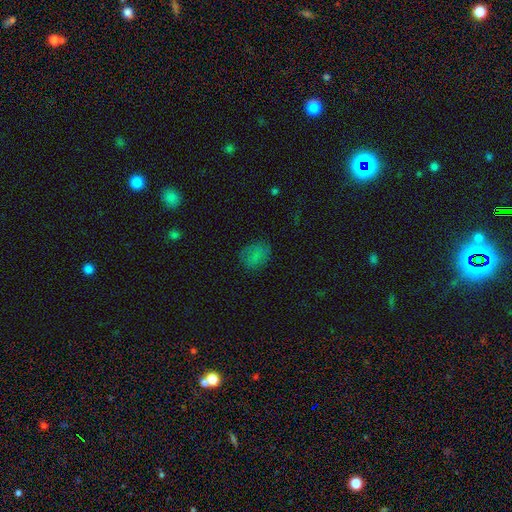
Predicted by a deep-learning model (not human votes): This appears to be a smooth galaxy with no disk features (72%) that is in between round and cigar-shaped (63%). Merging: none (71%).